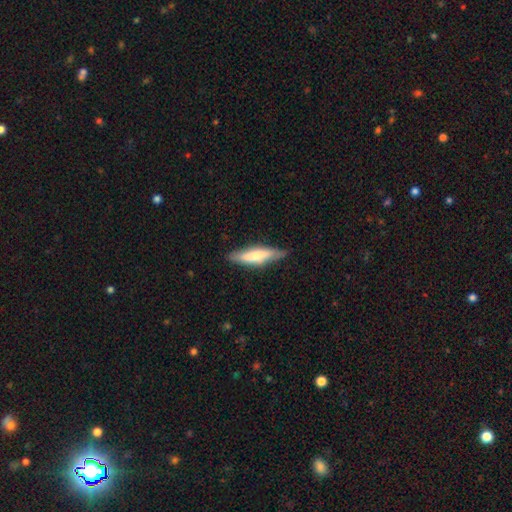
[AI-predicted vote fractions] smooth 57%, featured or disk 38%, star or artifact 6%. Down the decision tree: how rounded — cigar-shaped (72%); merging — none (79%).